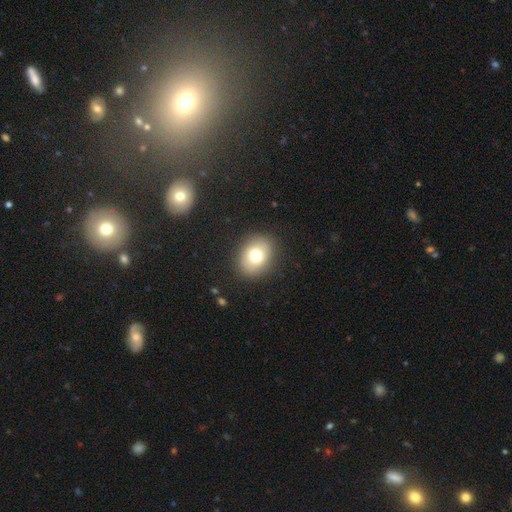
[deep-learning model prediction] Morphology: type=smooth (76%); roundness=in between (51%); merging=none (87%).